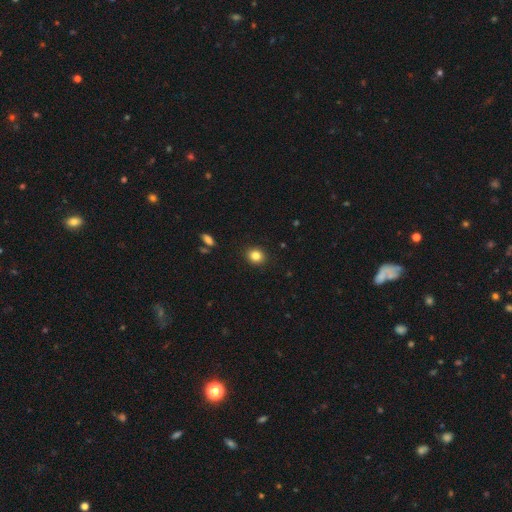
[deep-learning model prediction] Smooth or featured: smooth — 84% (star or artifact — 11%)
How rounded: round — 77% (in between — 22%)
Merging: none — 91% (minor disturbance — 6%)